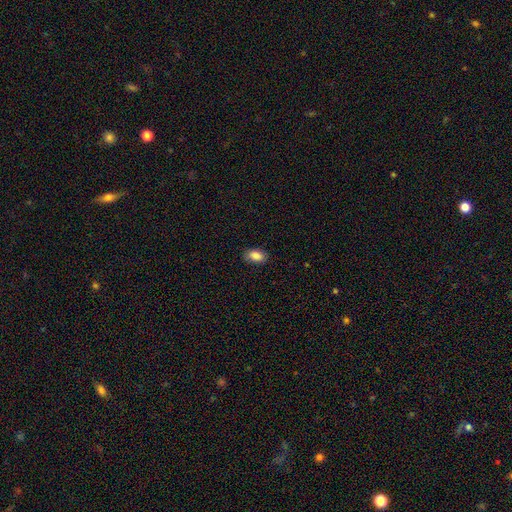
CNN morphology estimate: Q: Smooth or featured?
A: smooth (87%); runner-up: star or artifact (8%)
Q: How rounded?
A: in between (90%); runner-up: round (8%)
Q: Merging?
A: none (84%); runner-up: minor disturbance (12%)